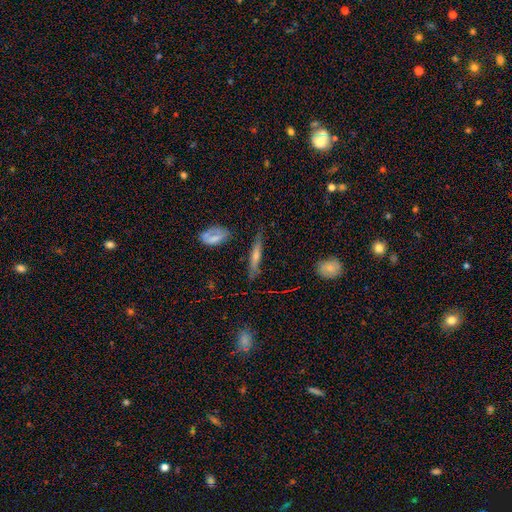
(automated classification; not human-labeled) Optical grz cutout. It shows a featured or disk galaxy (52%) viewed edge-on (89%). Merging: none (79%).